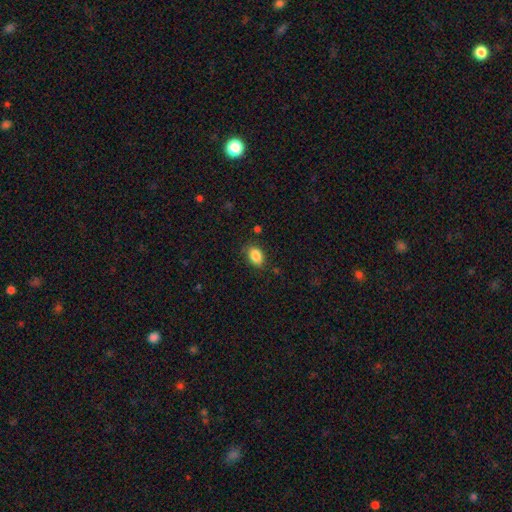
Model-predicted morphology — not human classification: Smooth or featured?
  - smooth: 87% *
  - star or artifact: 8%
  - featured or disk: 5%
How rounded?
  - in between: 83% *
  - round: 16%
  - cigar-shaped: 1%
Merging?
  - none: 78% *
  - minor disturbance: 16%
  - major disturbance: 4%
  - merger: 2%